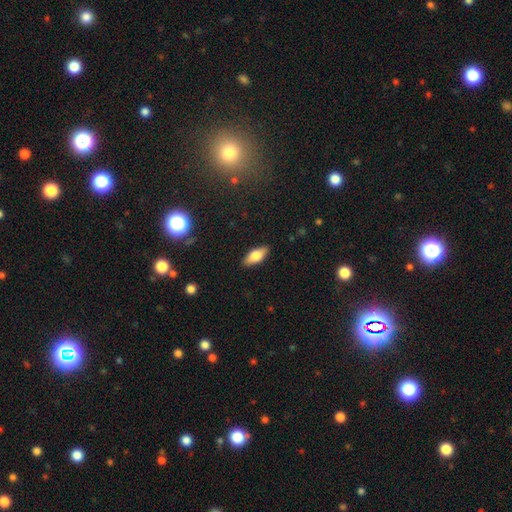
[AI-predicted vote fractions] This appears to be a smooth galaxy with no disk features (70%) that is in between round and cigar-shaped (79%). Merging: none (88%).